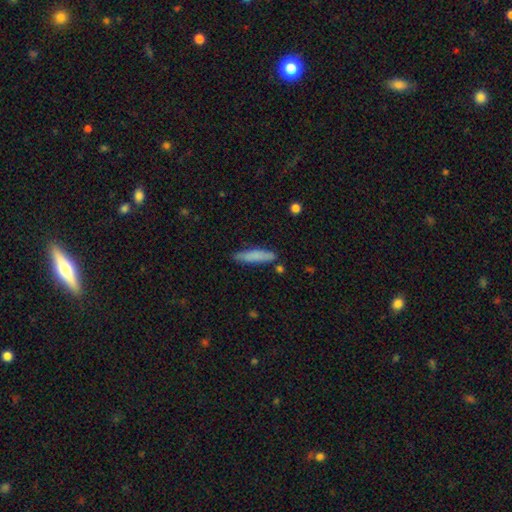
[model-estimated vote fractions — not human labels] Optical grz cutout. It shows a smooth galaxy with no disk features (80%) that is cigar-shaped (84%). Merging: none (80%).